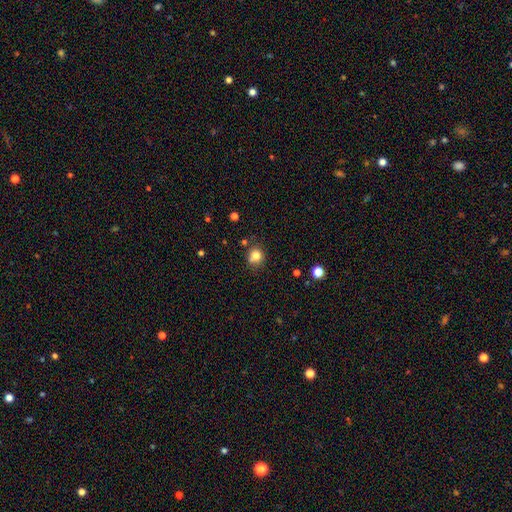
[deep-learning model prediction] This appears to be a smooth galaxy with no disk features (79%) that is round (81%). Merging: none (67%).